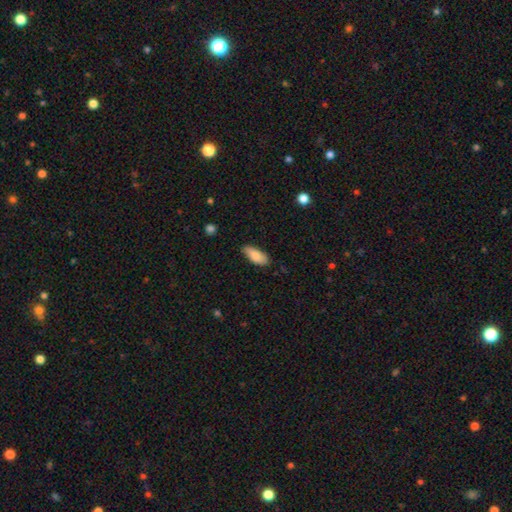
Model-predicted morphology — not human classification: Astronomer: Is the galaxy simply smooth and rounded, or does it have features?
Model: smooth — 83%.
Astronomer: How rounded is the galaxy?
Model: in between — 83%.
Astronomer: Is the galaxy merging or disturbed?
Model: none — 80%.